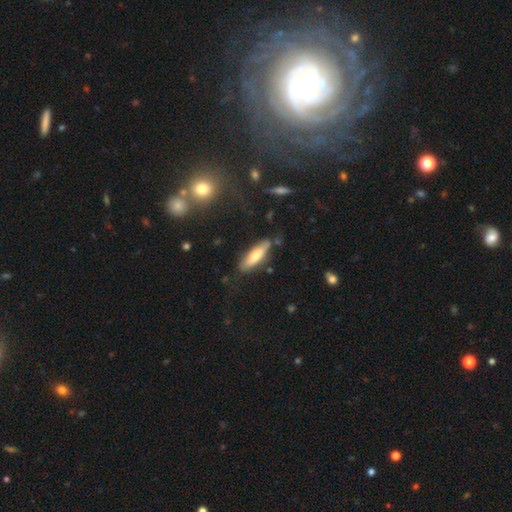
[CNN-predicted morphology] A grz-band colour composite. It shows a smooth galaxy with no disk features (67%) that is cigar-shaped (56%). Merging: none (74%).